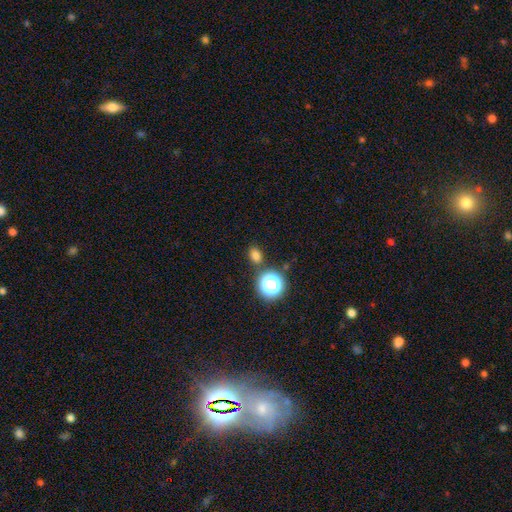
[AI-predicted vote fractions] smooth 75%, star or artifact 20%, featured or disk 5%. Down the decision tree: how rounded — in between (54%); merging — none (78%).